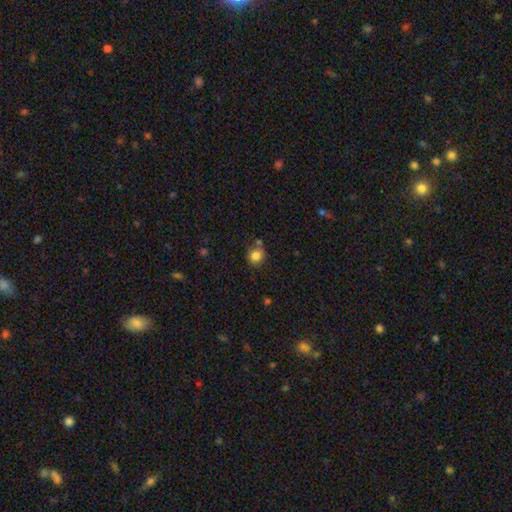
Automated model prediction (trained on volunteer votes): A smooth galaxy with no disk features (84%) that is round (81%).

Vote fractions:
- Smooth or featured? smooth: 84% / star or artifact: 11% / featured or disk: 6%
- How rounded? round: 81% / in between: 18% / cigar-shaped: 1%
- Merging? none: 70% / minor disturbance: 15% / merger: 11% / major disturbance: 4%